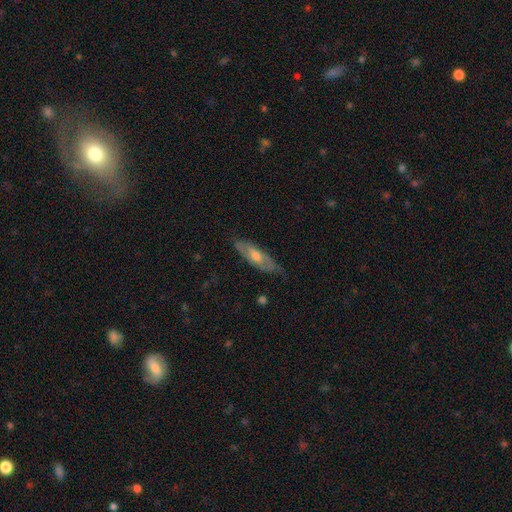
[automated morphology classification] Q: Smooth or featured?
A: featured or disk (55%); runner-up: smooth (38%)
Q: Edge-on disk?
A: no (63%); runner-up: yes (37%)
Q: Merging?
A: none (74%); runner-up: minor disturbance (20%)